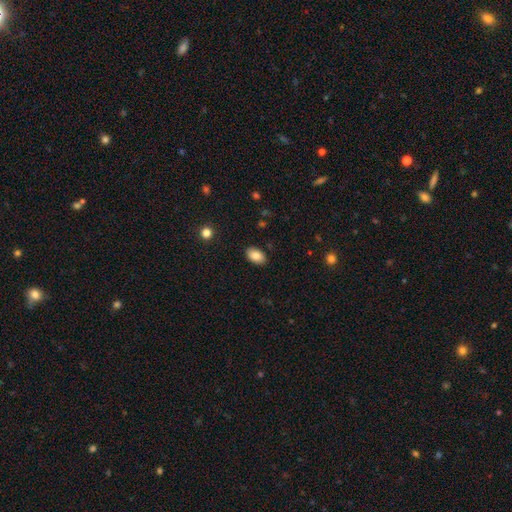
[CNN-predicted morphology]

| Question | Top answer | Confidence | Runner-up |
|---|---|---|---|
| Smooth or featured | smooth | 85% | star or artifact (8%) |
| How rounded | in between | 90% | round (8%) |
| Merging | none | 88% | minor disturbance (9%) |